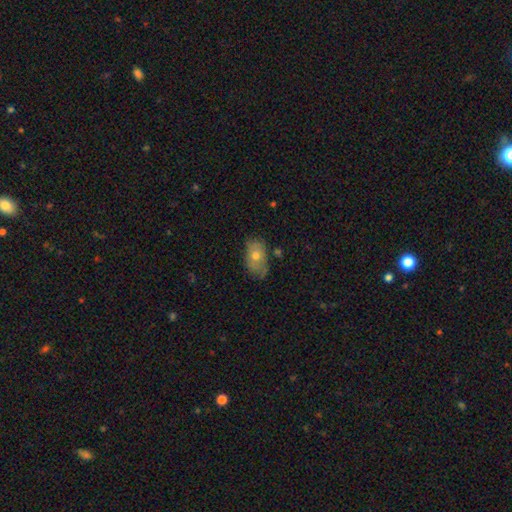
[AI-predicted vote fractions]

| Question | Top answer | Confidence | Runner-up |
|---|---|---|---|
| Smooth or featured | smooth | 61% | featured or disk (31%) |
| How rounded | in between | 86% | round (12%) |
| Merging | none | 59% | minor disturbance (30%) |